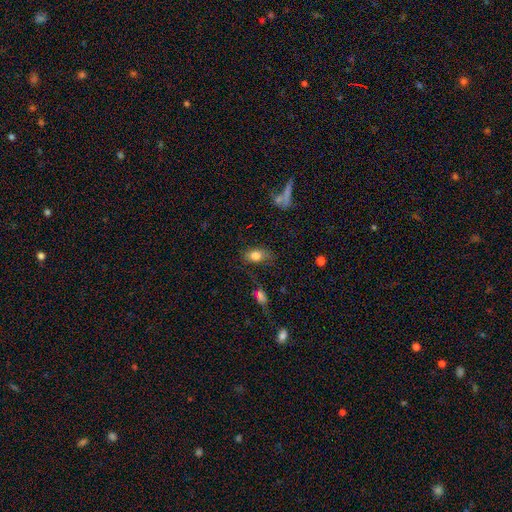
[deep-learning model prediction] A smooth galaxy with no disk features (81%) that is in between round and cigar-shaped (81%). Merging: none (64%).